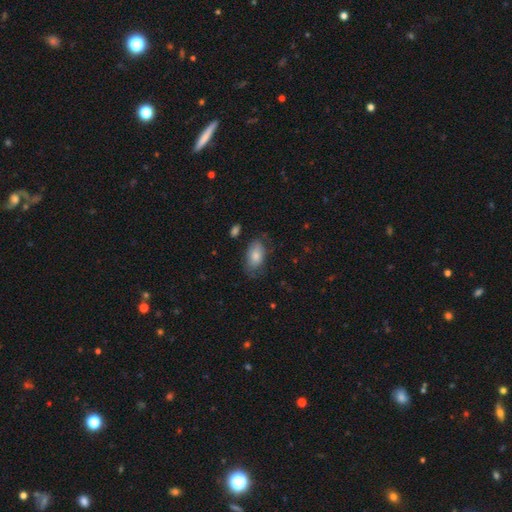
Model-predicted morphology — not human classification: Q: Smooth or featured?
A: smooth (79%); runner-up: featured or disk (14%)
Q: How rounded?
A: in between (92%); runner-up: round (6%)
Q: Merging?
A: none (64%); runner-up: minor disturbance (26%)